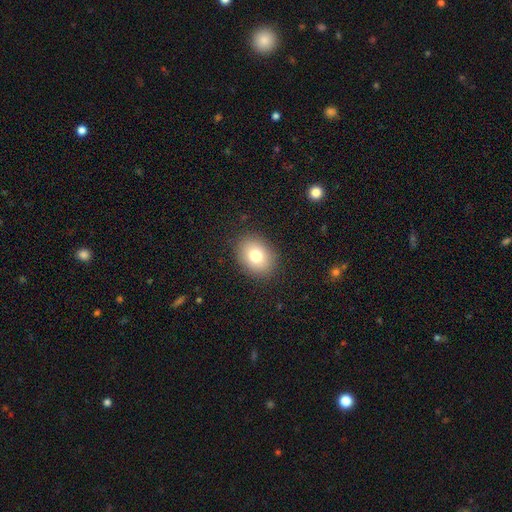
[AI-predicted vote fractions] smooth 78%, featured or disk 12%, star or artifact 11%. Down the decision tree: how rounded — in between (56%); merging — none (88%).